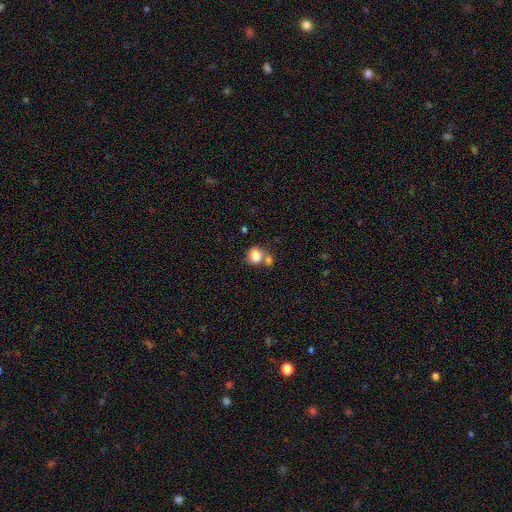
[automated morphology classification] Smooth or featured: smooth — 83% (star or artifact — 9%)
How rounded: round — 61% (in between — 38%)
Merging: none — 46% (merger — 37%)